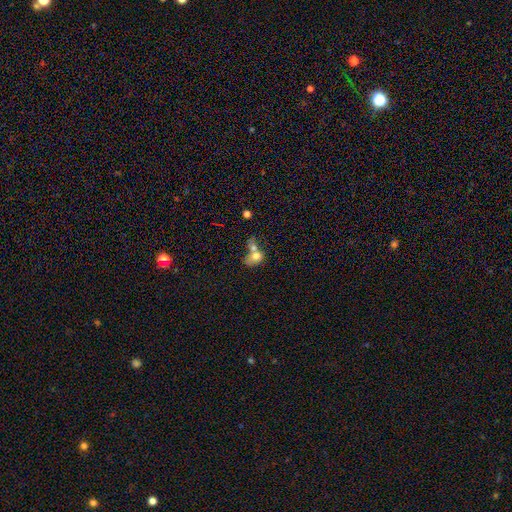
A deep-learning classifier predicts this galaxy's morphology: smooth-or-featured: smooth: 71% | featured or disk: 20% | star or artifact: 9%
  how-rounded: in between: 63% | round: 35% | cigar-shaped: 2%
  merging: merger: 67% | none: 17% | minor disturbance: 9% | major disturbance: 8%